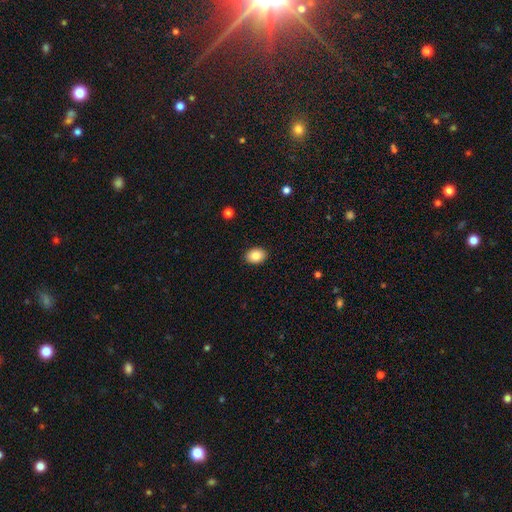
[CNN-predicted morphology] type=smooth (85%); roundness=in between (73%); merging=none (90%).